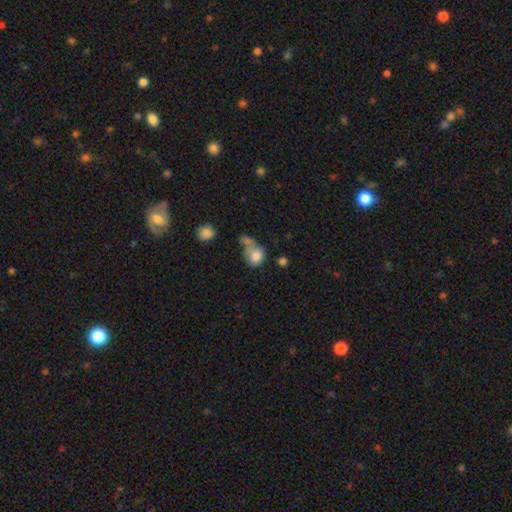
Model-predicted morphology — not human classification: Smooth or featured? smooth (78%)
How rounded? round (52%)
Merging? merger (44%)